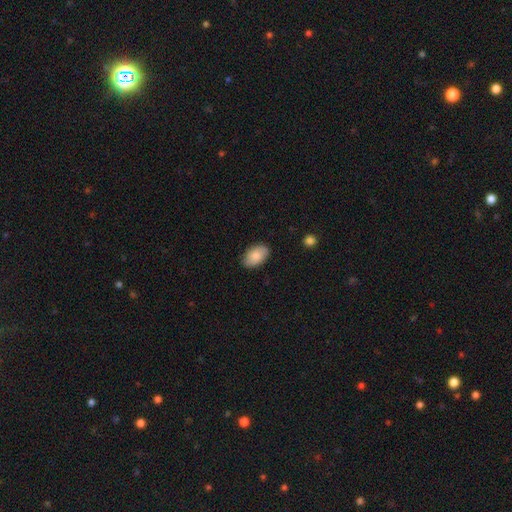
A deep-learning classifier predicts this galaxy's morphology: This appears to be a smooth galaxy with no disk features (83%) that is in between round and cigar-shaped (93%). Merging: none (83%).